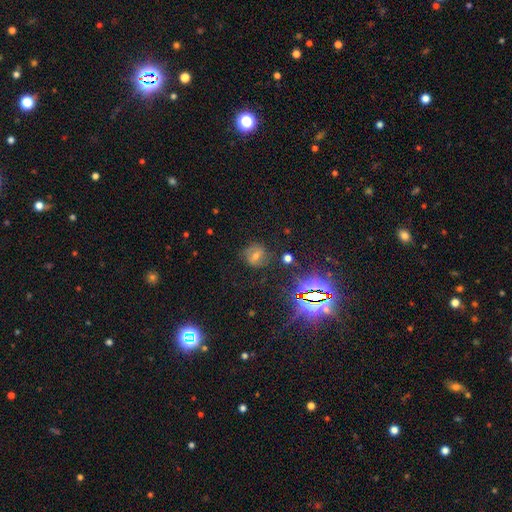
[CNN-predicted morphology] A star or artifact, not a galaxy (43%).

Vote fractions:
- Smooth or featured? star or artifact: 43% / featured or disk: 33% / smooth: 24%